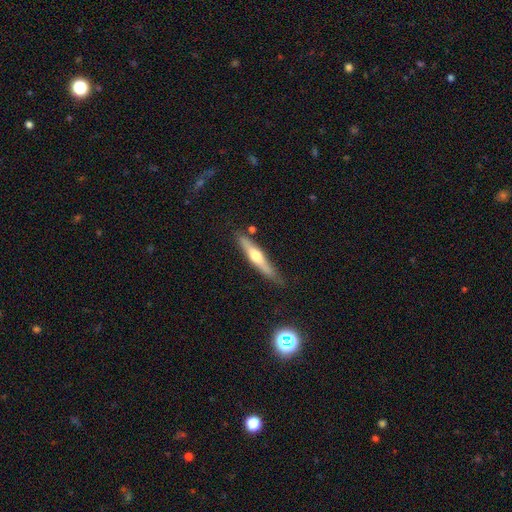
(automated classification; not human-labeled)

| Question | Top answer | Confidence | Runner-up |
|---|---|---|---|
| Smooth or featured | featured or disk | 55% | smooth (40%) |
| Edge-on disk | yes | 93% | no (7%) |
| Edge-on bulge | rounded | 87% | none (7%) |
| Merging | none | 77% | minor disturbance (16%) |